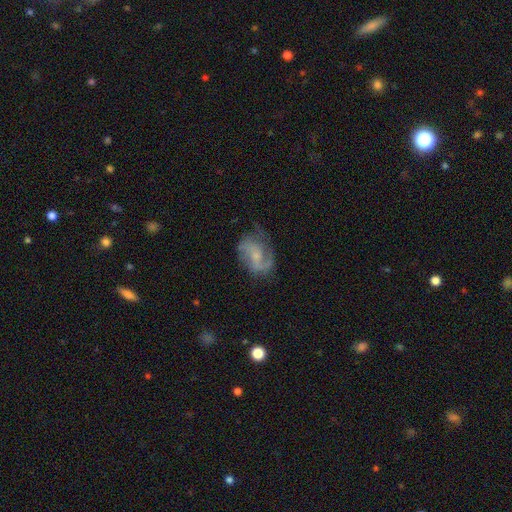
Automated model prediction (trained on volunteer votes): A featured or disk galaxy (72%) with no bar (51%), 2 (70%) medium (46%) spiral arms (88%) and a small central bulge (60%).

Vote fractions:
- Smooth or featured? featured or disk: 72% / smooth: 20% / star or artifact: 8%
- Edge-on disk? no: 97% / yes: 3%
- Bar? no: 51% / weak: 40% / strong: 9%
- Spiral arms? yes: 88% / no: 12%
- Spiral winding? medium: 46% / loose: 32% / tight: 22%
- Spiral arm count? 2: 70% / can't tell: 15% / 1: 6% / 3: 5% / 4: 2% / more than 4: 2%
- Bulge size? small: 60% / moderate: 27% / none: 11% / large: 2% / dominant: 1%
- Merging? none: 59% / minor disturbance: 24% / major disturbance: 14% / merger: 2%